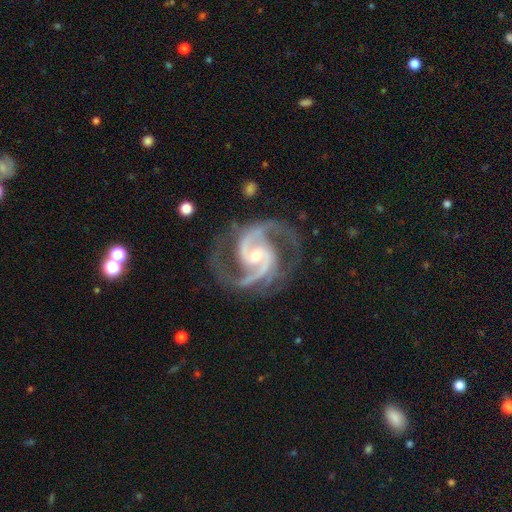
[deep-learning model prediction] Morphology: type=featured or disk (94%); edge-on=no (98%); bar=weak (43%); spiral arms=yes (99%); winding=medium (66%); arm count=2 (82%); bulge=small (50%); merging=none (76%).